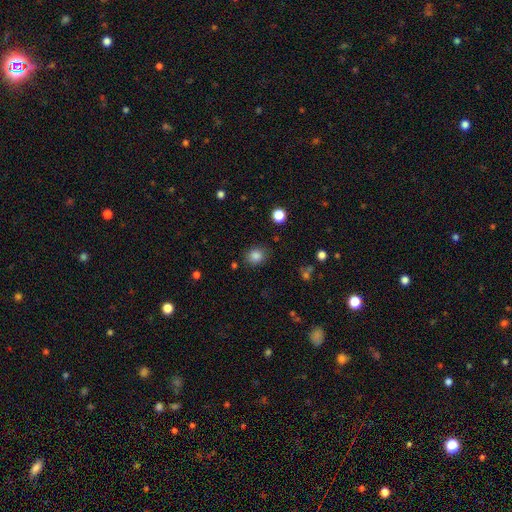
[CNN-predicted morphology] type=smooth (84%); roundness=round (69%); merging=none (84%).